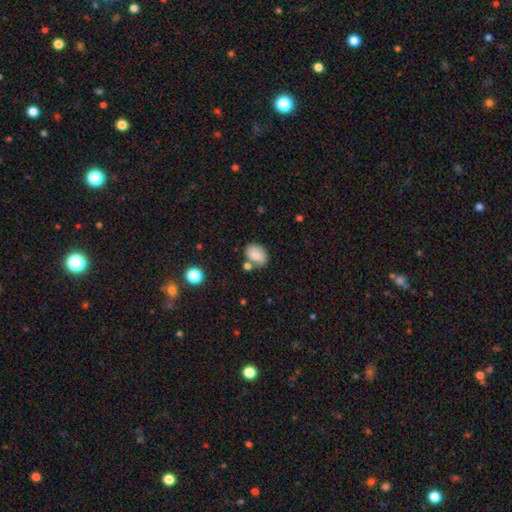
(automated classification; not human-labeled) Smooth or featured: smooth — 75% (featured or disk — 16%)
How rounded: in between — 68% (round — 31%)
Merging: none — 58% (minor disturbance — 19%)